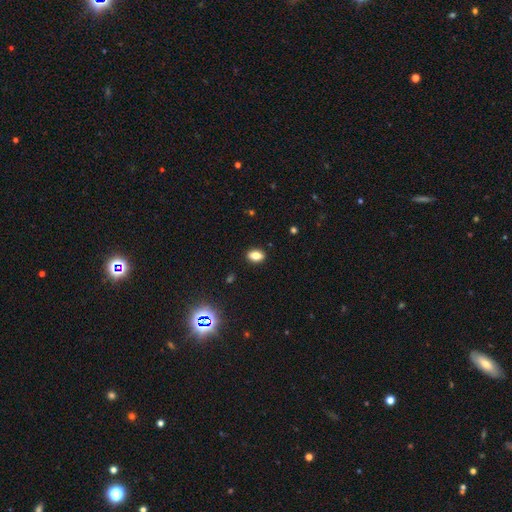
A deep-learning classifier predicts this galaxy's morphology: Smooth or featured?
  - smooth: 78% *
  - star or artifact: 12%
  - featured or disk: 9%
How rounded?
  - in between: 81% *
  - round: 17%
  - cigar-shaped: 2%
Merging?
  - none: 89% *
  - minor disturbance: 8%
  - major disturbance: 2%
  - merger: 1%